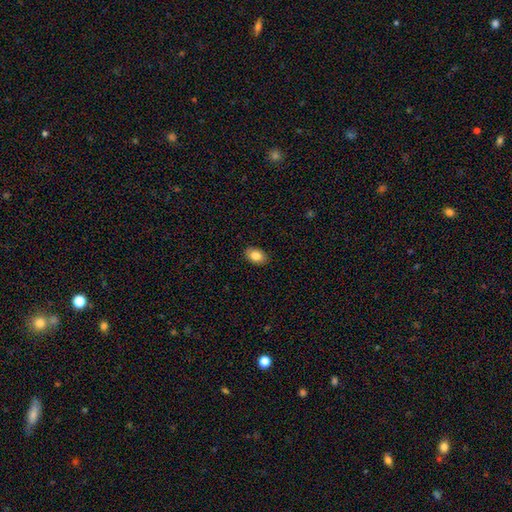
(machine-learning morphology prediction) Smooth or featured?
  - smooth: 84% *
  - featured or disk: 8%
  - star or artifact: 8%
How rounded?
  - in between: 84% *
  - round: 14%
  - cigar-shaped: 1%
Merging?
  - none: 89% *
  - minor disturbance: 9%
  - major disturbance: 2%
  - merger: 1%